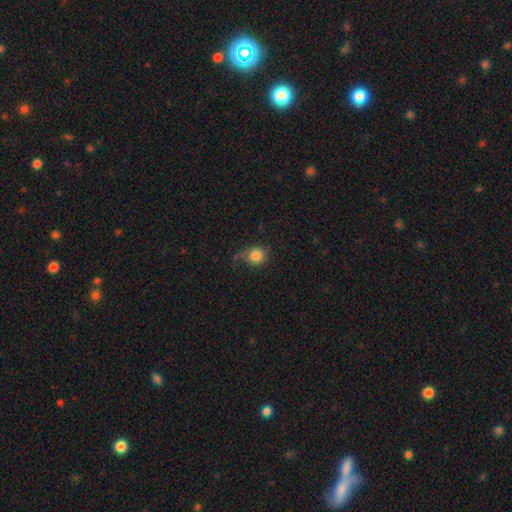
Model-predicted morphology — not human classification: Smooth or featured? smooth (81%)
How rounded? round (83%)
Merging? none (47%)